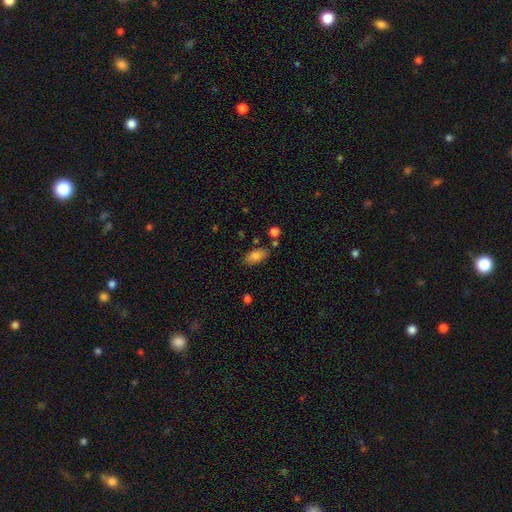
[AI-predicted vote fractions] Smooth or featured?
  - smooth: 81% *
  - featured or disk: 10%
  - star or artifact: 8%
How rounded?
  - in between: 89% *
  - cigar-shaped: 6%
  - round: 5%
Merging?
  - none: 76% *
  - minor disturbance: 15%
  - merger: 5%
  - major disturbance: 4%